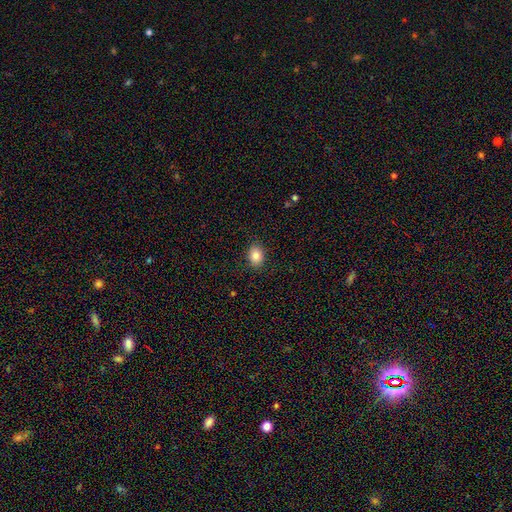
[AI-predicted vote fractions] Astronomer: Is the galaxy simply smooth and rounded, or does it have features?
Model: smooth — 85%.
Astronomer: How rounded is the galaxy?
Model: in between — 71%.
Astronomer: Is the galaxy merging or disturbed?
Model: none — 89%.